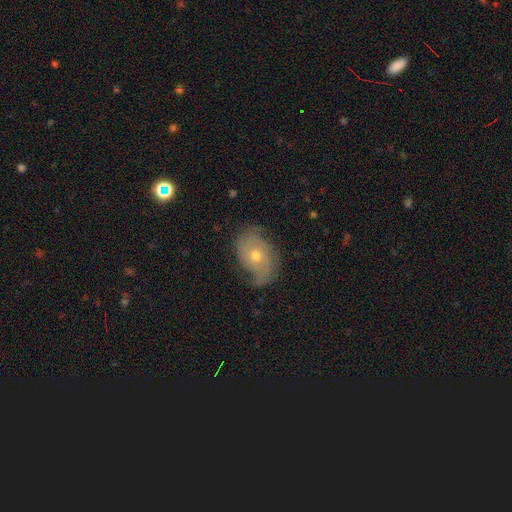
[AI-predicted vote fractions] Smooth or featured?
  - featured or disk: 67% *
  - smooth: 25%
  - star or artifact: 9%
Edge-on disk?
  - no: 95% *
  - yes: 5%
Bar?
  - no: 80% *
  - weak: 16%
  - strong: 3%
Spiral arms?
  - yes: 83% *
  - no: 17%
Spiral winding?
  - tight: 38% *
  - medium: 36%
  - loose: 25%
Spiral arm count?
  - 2: 57% *
  - can't tell: 23%
  - 1: 8%
  - 3: 7%
  - 4: 3%
  - more than 4: 2%
Bulge size?
  - moderate: 63% *
  - small: 33%
  - large: 3%
  - none: 1%
  - dominant: 1%
Merging?
  - none: 64% *
  - minor disturbance: 24%
  - major disturbance: 10%
  - merger: 1%